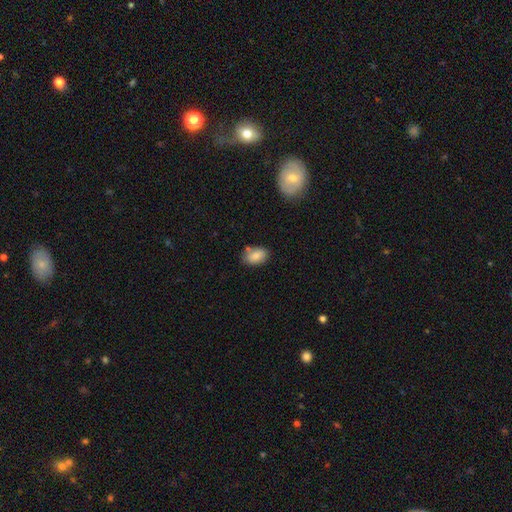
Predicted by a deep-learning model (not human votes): The model was most divided on "merging": none: 71%, minor disturbance: 17%, merger: 9%, major disturbance: 4%. More confident: how rounded — in between (87%); smooth or featured — smooth (84%).